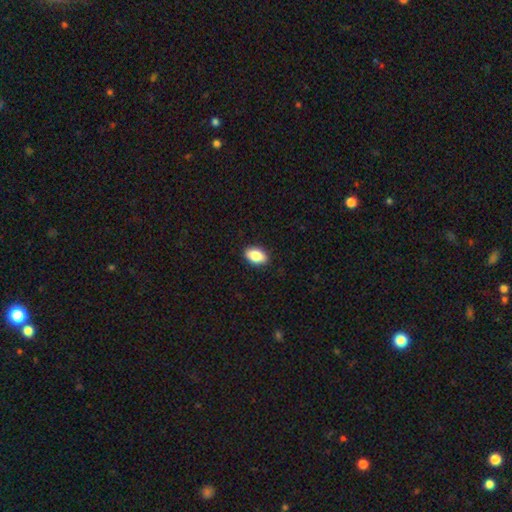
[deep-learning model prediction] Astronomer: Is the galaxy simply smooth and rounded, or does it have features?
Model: smooth — 86%.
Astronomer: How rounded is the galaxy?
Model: in between — 91%.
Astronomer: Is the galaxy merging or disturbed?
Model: none — 89%.